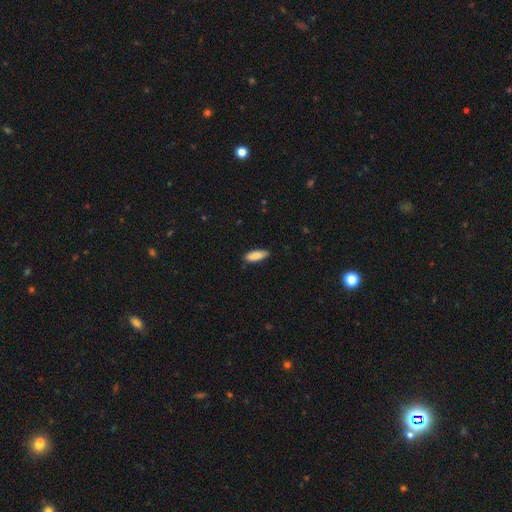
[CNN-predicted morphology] smooth-or-featured: smooth: 89% | star or artifact: 6% | featured or disk: 5%
  how-rounded: in between: 68% | cigar-shaped: 30% | round: 2%
  merging: none: 83% | minor disturbance: 14% | major disturbance: 2% | merger: 1%